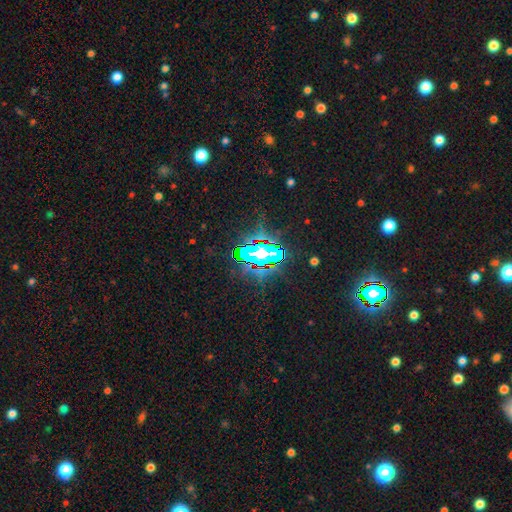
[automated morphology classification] Overall: star or artifact (74%).